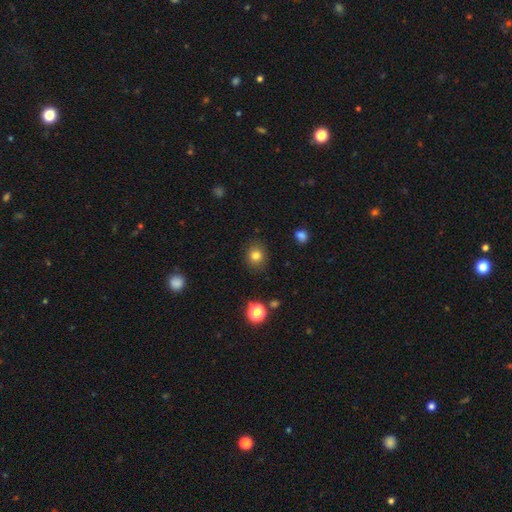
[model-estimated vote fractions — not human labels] Smooth or featured?
  - smooth: 80% *
  - star or artifact: 13%
  - featured or disk: 7%
How rounded?
  - round: 77% *
  - in between: 22%
  - cigar-shaped: 1%
Merging?
  - none: 87% *
  - minor disturbance: 9%
  - major disturbance: 3%
  - merger: 1%